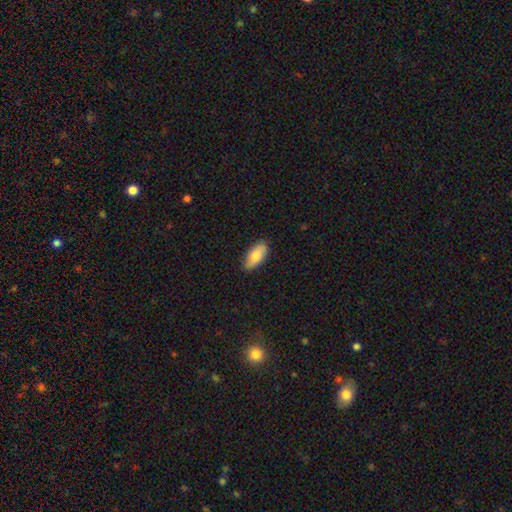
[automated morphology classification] Smooth or featured? smooth (80%)
How rounded? in between (85%)
Merging? none (86%)